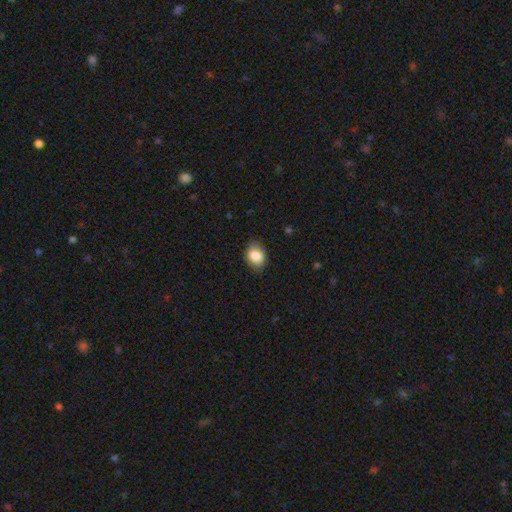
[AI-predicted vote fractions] Smooth or featured: smooth — 86% (star or artifact — 8%)
How rounded: in between — 70% (round — 29%)
Merging: none — 83% (minor disturbance — 14%)